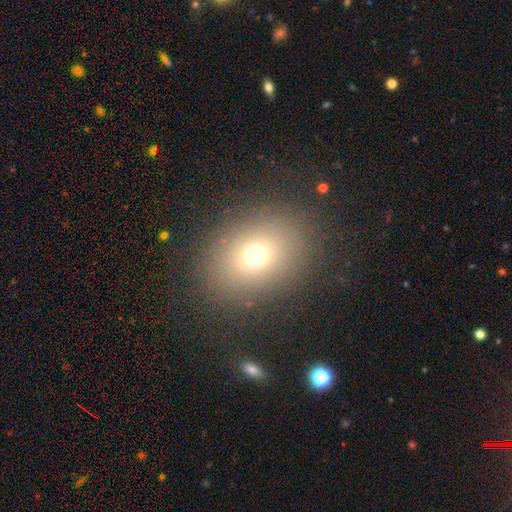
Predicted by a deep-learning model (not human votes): Smooth or featured: smooth — 71% (star or artifact — 17%)
How rounded: in between — 59% (round — 40%)
Merging: none — 84% (minor disturbance — 9%)